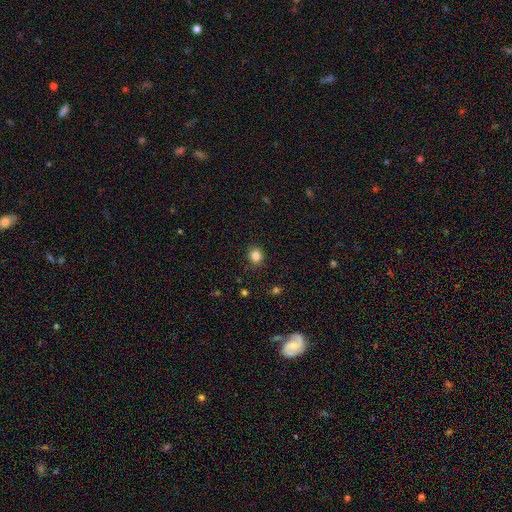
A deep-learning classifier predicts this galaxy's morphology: Smooth or featured? smooth (84%)
How rounded? round (78%)
Merging? none (89%)